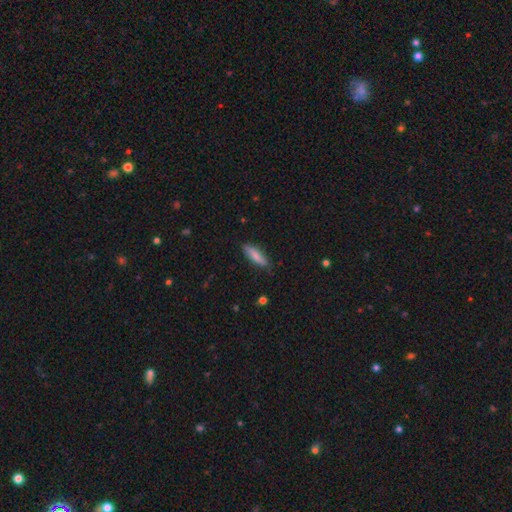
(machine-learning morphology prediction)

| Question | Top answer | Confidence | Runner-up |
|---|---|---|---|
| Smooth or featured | smooth | 78% | featured or disk (16%) |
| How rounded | cigar-shaped | 64% | in between (34%) |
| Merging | none | 82% | minor disturbance (15%) |